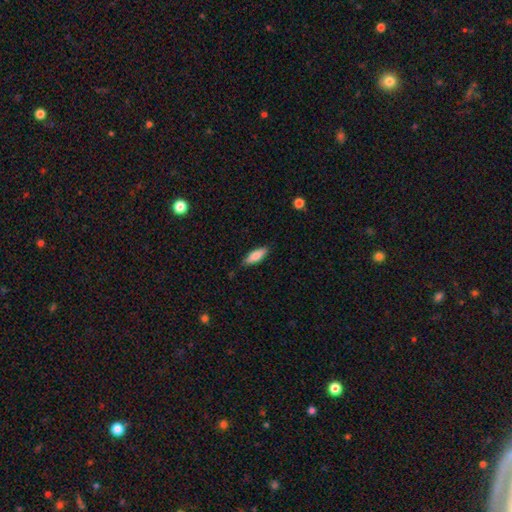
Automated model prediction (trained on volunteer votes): This is likely a smooth galaxy (78%). How rounded: possibly in between (55%). Merging: clearly none (83%).